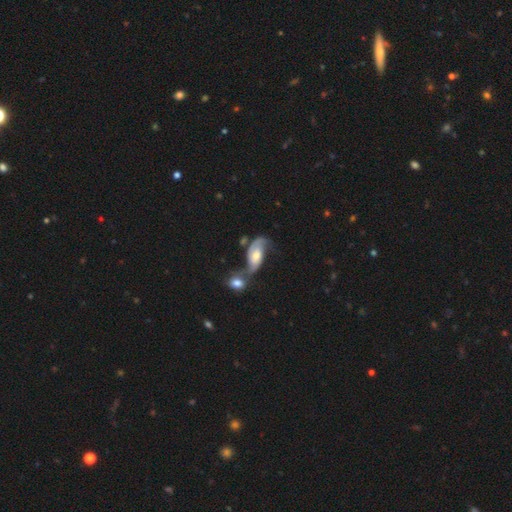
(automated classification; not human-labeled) smooth_or_featured: featured or disk (p=0.74) [alt: smooth p=0.20]
disk_edge_on: no (p=0.95) [alt: yes p=0.05]
bar: no (p=0.56) [alt: weak p=0.33]
has_spiral_arms: yes (p=0.92) [alt: no p=0.08]
spiral_winding: loose (p=0.43) [alt: medium p=0.38]
spiral_arm_count: 2 (p=0.79) [alt: 1 p=0.10]
bulge_size: moderate (p=0.59) [alt: small p=0.26]
merging: merger (p=0.51) [alt: none p=0.23]